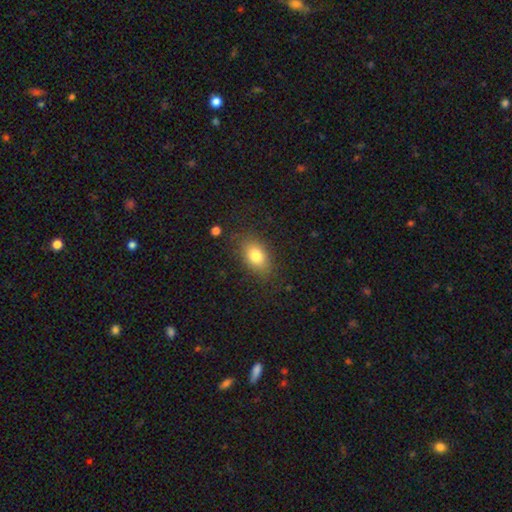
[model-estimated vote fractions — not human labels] This is likely a smooth galaxy (79%). How rounded: clearly in between (83%). Merging: clearly none (82%).